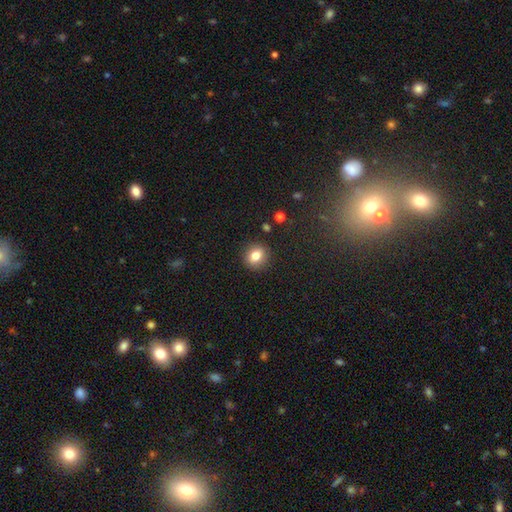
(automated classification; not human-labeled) Smooth or featured?
  - smooth: 79% *
  - featured or disk: 11%
  - star or artifact: 10%
How rounded?
  - round: 69% *
  - in between: 29%
  - cigar-shaped: 1%
Merging?
  - none: 89% *
  - minor disturbance: 8%
  - major disturbance: 2%
  - merger: 1%